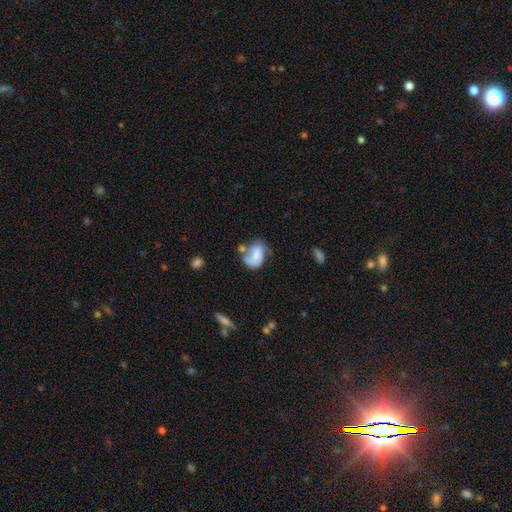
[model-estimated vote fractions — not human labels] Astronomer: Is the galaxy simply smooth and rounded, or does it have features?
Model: smooth — 47% (runner-up: featured or disk, 44%).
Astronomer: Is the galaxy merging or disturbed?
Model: none — 29% (runner-up: major disturbance, 27%).